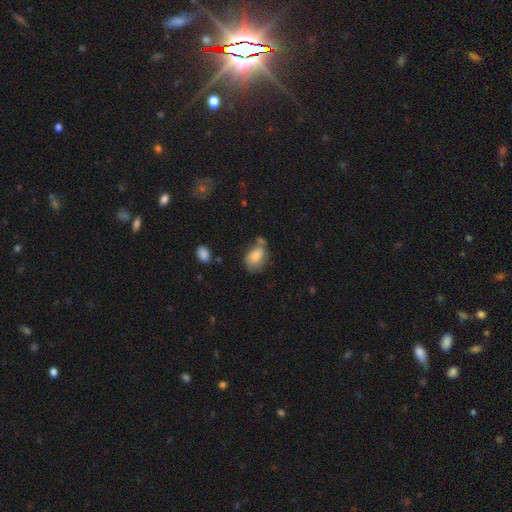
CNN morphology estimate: This is likely a smooth galaxy (78%). How rounded: clearly in between (82%). Merging: possibly none (46%).